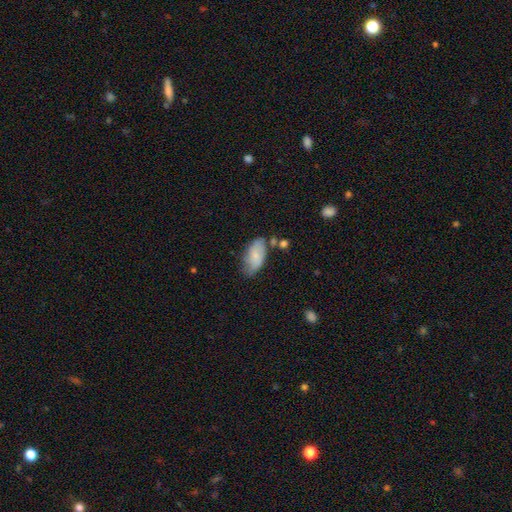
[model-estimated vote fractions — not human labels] This is likely a smooth galaxy (72%). How rounded: clearly in between (92%). Merging: possibly none (54%).